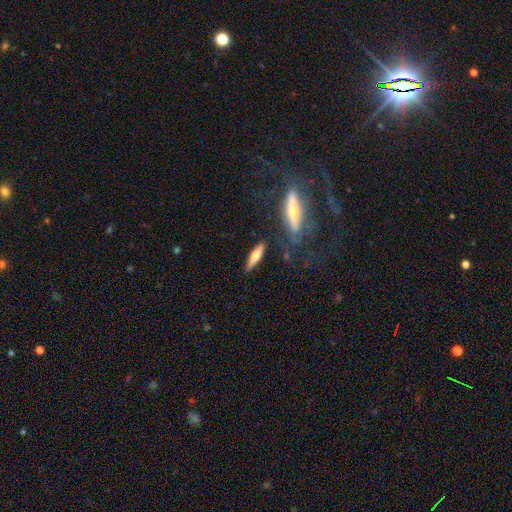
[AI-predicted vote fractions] Smooth or featured? Predicted: smooth (p=0.54). How rounded? Predicted: cigar-shaped (p=0.76). Merging? Predicted: none (p=0.80).